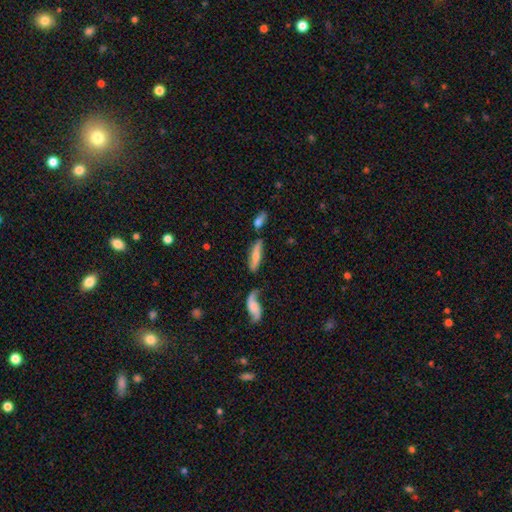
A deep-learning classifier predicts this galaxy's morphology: This appears to be a smooth galaxy with no disk features (50%) that is cigar-shaped (71%). Merging: none (56%).